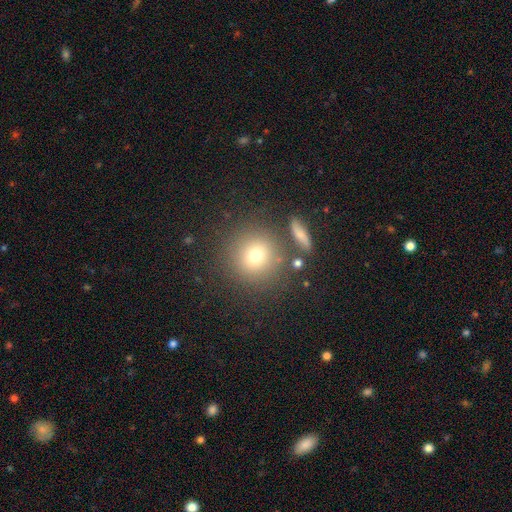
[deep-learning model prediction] Overall: smooth (73%). How rounded: round (91%). Merging: none (80%).